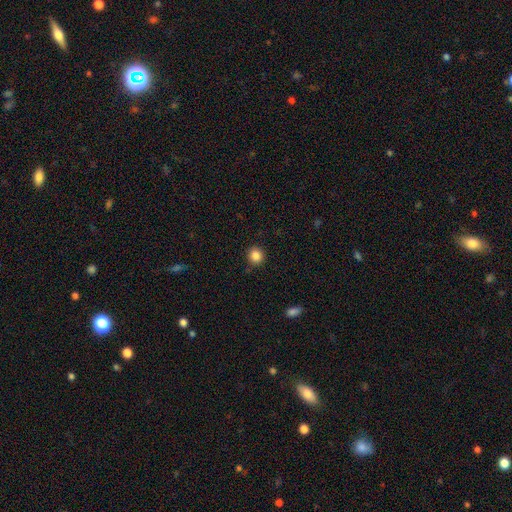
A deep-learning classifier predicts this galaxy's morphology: Smooth or featured: smooth — 86% (star or artifact — 10%)
How rounded: round — 88% (in between — 11%)
Merging: none — 90% (minor disturbance — 7%)